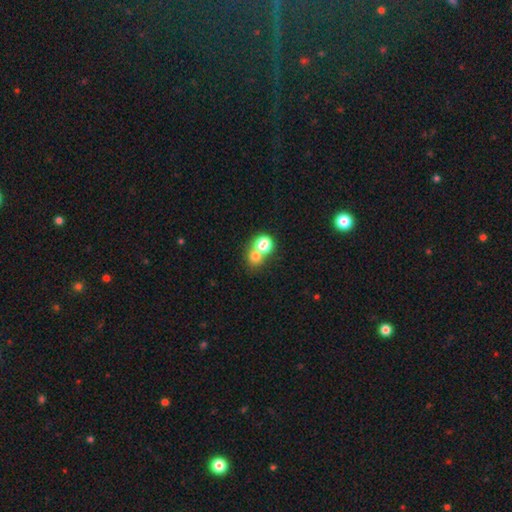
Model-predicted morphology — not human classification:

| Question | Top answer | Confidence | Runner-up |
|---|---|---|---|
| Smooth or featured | smooth | 73% | star or artifact (14%) |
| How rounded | round | 77% | in between (22%) |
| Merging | merger | 57% | none (34%) |